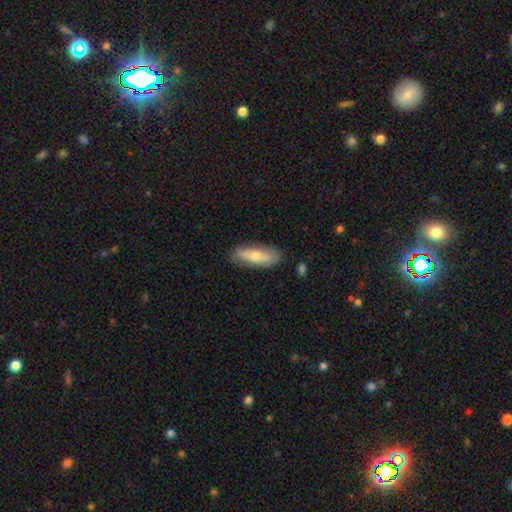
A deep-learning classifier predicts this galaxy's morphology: Smooth or featured? smooth (59%)
How rounded? in between (57%)
Merging? none (82%)